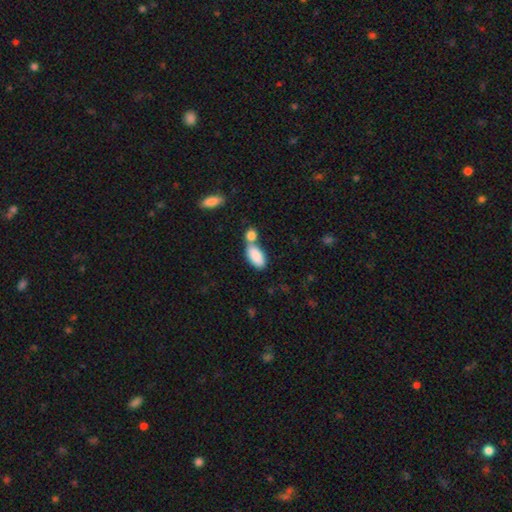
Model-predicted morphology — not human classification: type=smooth (87%); roundness=in between (92%); merging=merger (46%).